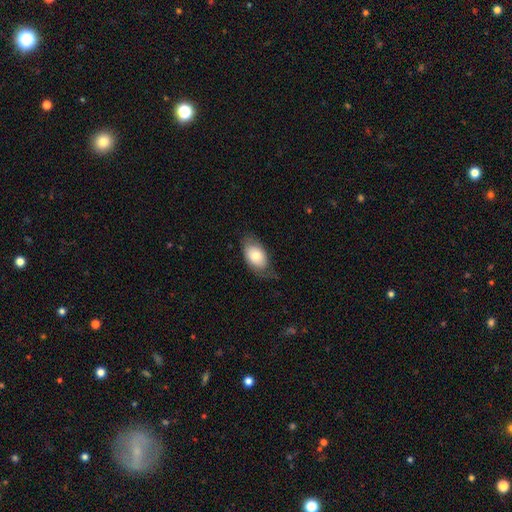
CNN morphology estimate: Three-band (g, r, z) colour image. It shows a smooth galaxy with no disk features (69%) that is in between round and cigar-shaped (91%). Merging: none (58%).